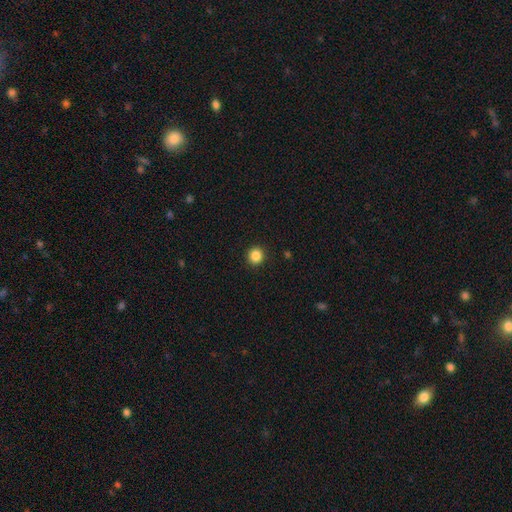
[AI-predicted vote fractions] Smooth or featured: smooth — 87% (star or artifact — 10%)
How rounded: round — 92% (in between — 7%)
Merging: none — 92% (minor disturbance — 5%)